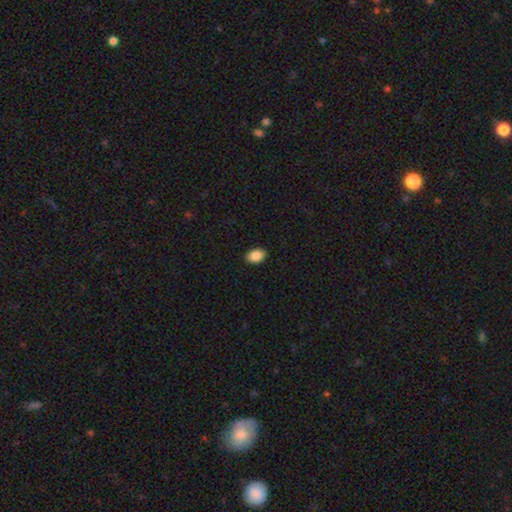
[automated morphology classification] The model was most divided on "how rounded": in between: 82%, round: 16%, cigar-shaped: 1%. More confident: merging — none (90%); smooth or featured — smooth (89%).